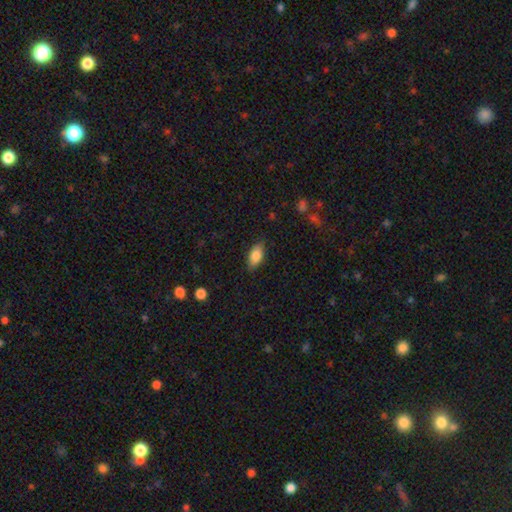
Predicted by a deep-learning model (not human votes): Q: Smooth or featured?
A: smooth (83%); runner-up: featured or disk (10%)
Q: How rounded?
A: in between (90%); runner-up: cigar-shaped (7%)
Q: Merging?
A: none (84%); runner-up: minor disturbance (12%)